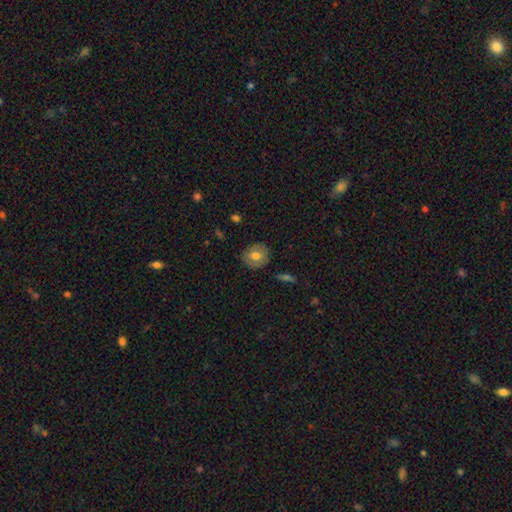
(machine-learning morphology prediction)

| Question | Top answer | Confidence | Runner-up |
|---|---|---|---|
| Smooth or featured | smooth | 67% | featured or disk (25%) |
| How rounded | round | 82% | in between (17%) |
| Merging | none | 85% | minor disturbance (11%) |